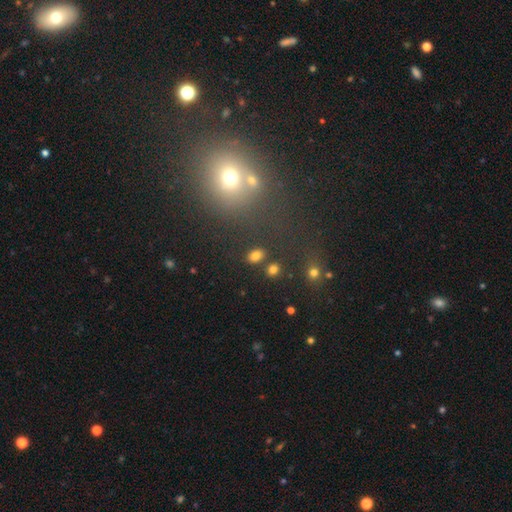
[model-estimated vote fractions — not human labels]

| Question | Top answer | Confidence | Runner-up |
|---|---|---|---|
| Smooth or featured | smooth | 80% | star or artifact (14%) |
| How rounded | in between | 76% | round (22%) |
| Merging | none | 81% | minor disturbance (9%) |